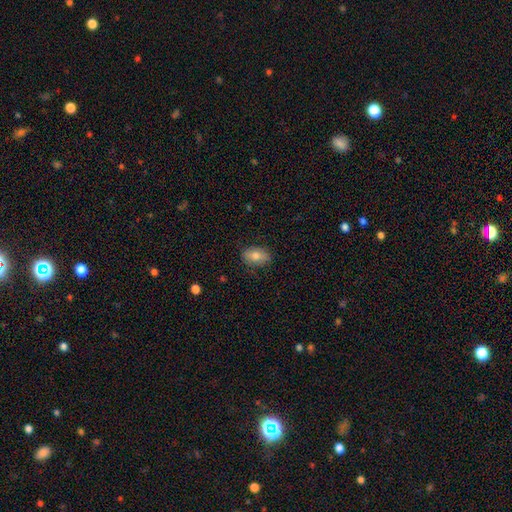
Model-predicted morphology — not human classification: This appears to be a smooth galaxy with no disk features (75%) that is in between round and cigar-shaped (84%). Merging: none (81%).